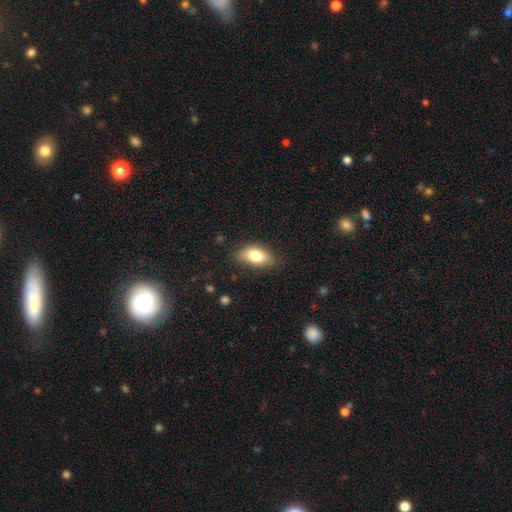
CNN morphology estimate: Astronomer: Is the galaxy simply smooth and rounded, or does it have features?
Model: smooth — 80%.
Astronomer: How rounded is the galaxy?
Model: in between — 89%.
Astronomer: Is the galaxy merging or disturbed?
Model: none — 77%.